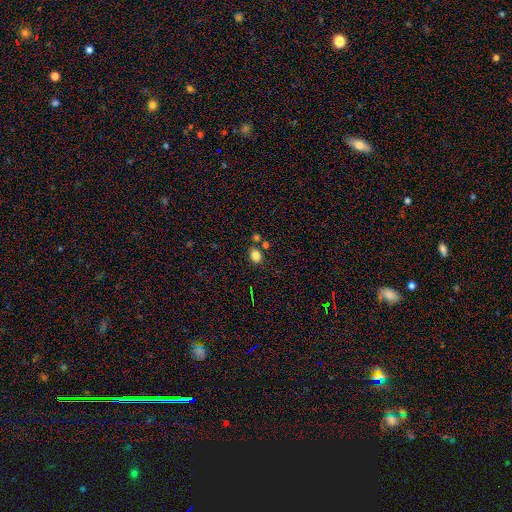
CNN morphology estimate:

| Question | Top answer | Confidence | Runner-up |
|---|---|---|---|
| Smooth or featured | smooth | 82% | star or artifact (12%) |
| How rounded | in between | 60% | round (39%) |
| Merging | none | 74% | merger (12%) |